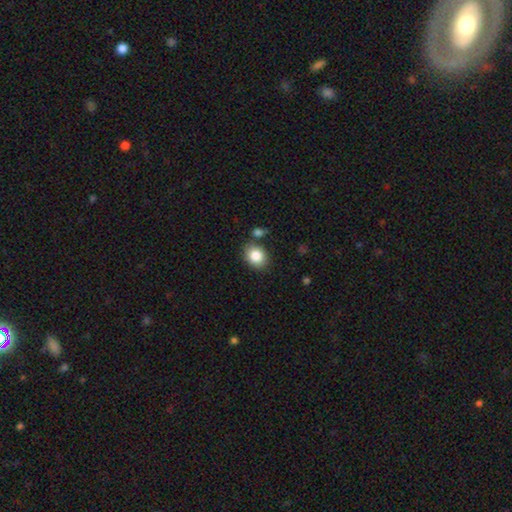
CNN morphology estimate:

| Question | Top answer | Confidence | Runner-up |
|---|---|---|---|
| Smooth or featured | smooth | 85% | star or artifact (9%) |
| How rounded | round | 52% | in between (47%) |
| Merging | none | 77% | minor disturbance (12%) |